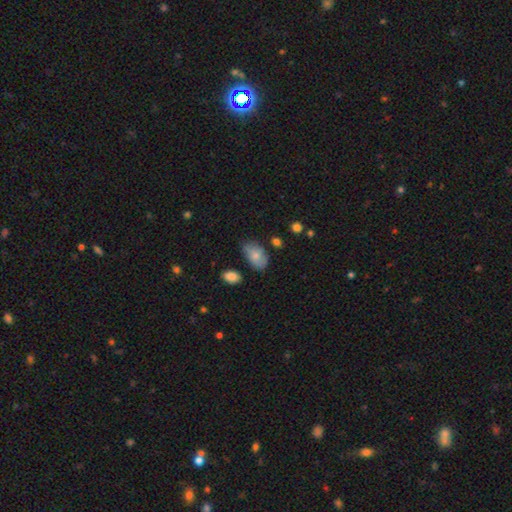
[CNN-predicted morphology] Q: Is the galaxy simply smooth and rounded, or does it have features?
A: smooth — 76%.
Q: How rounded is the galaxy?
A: in between — 91%.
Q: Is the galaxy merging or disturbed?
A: none — 59%.